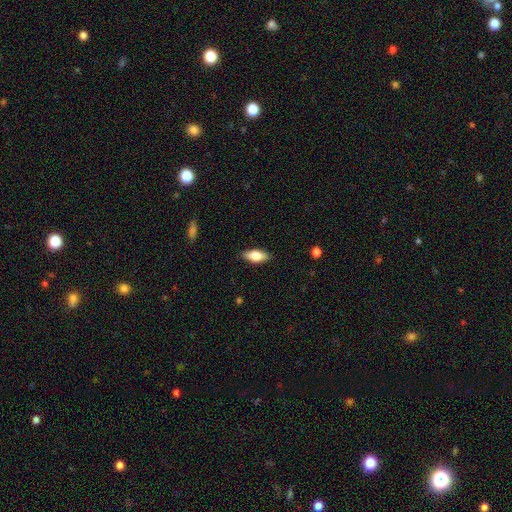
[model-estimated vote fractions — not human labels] The model was most divided on "smooth or featured": smooth: 71%, featured or disk: 22%, star or artifact: 6%. More confident: merging — none (88%); how rounded — in between (80%).